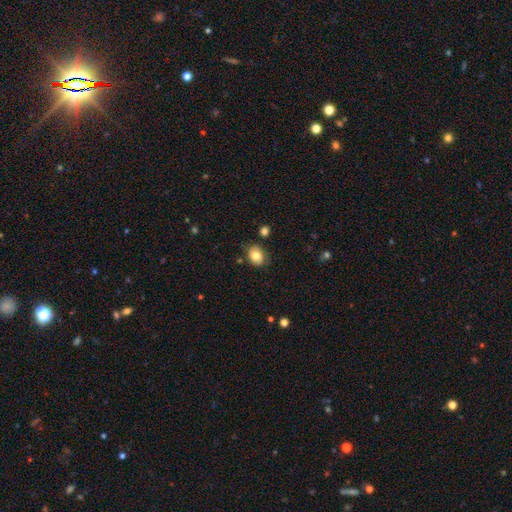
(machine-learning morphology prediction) This appears to be a smooth galaxy with no disk features (79%) that is in between round and cigar-shaped (51%). Merging: none (79%).